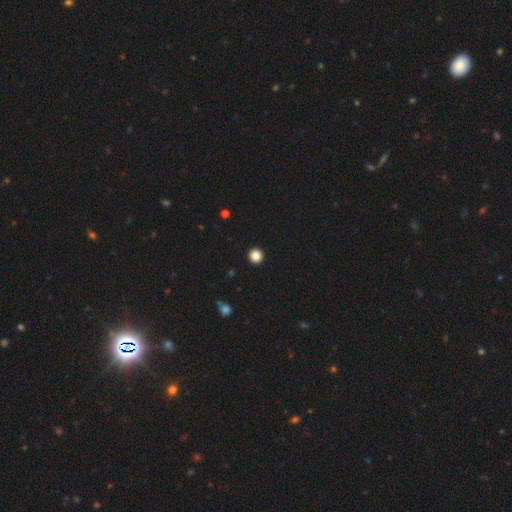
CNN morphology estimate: The model was most divided on "smooth or featured": smooth: 86%, star or artifact: 11%, featured or disk: 3%. More confident: how rounded — round (96%); merging — none (94%).